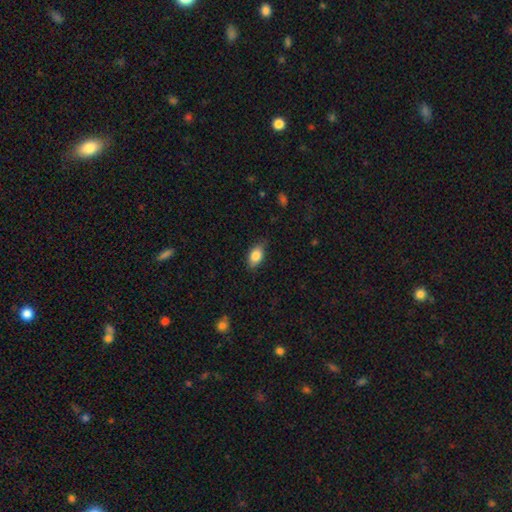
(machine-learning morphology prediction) This appears to be a smooth galaxy with no disk features (83%) that is in between round and cigar-shaped (88%). Merging: none (78%).